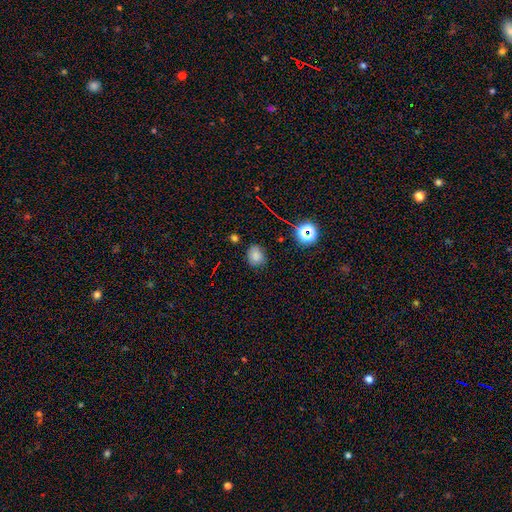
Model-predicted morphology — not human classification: smooth_or_featured: smooth (p=0.76) [alt: star or artifact p=0.17]
how_rounded: round (p=0.52) [alt: in between p=0.47]
merging: none (p=0.76) [alt: minor disturbance p=0.18]